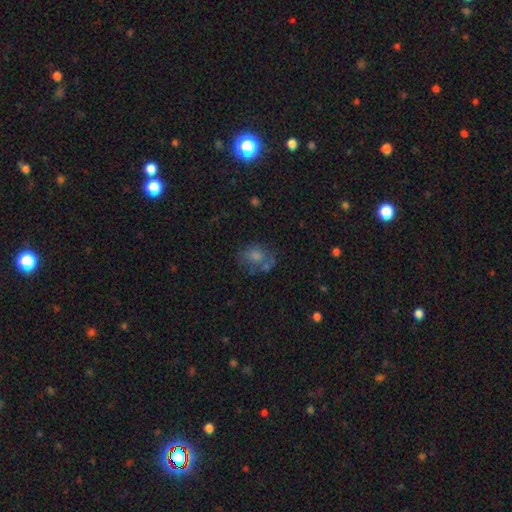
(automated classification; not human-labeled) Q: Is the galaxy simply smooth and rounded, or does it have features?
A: smooth — 48%.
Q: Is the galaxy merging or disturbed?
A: none — 54%.